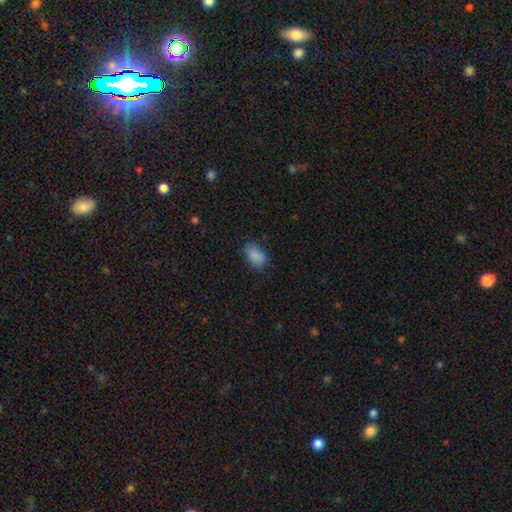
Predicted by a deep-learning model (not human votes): Smooth or featured? smooth (85%)
How rounded? in between (88%)
Merging? none (68%)